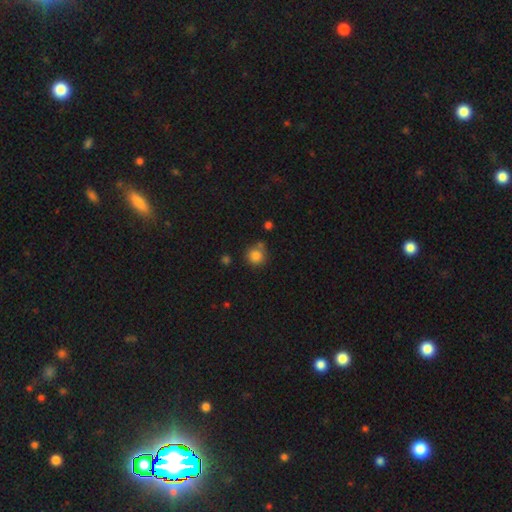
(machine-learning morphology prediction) A smooth galaxy with no disk features (84%) that is round (92%).

Vote fractions:
- Smooth or featured? smooth: 84% / star or artifact: 11% / featured or disk: 5%
- How rounded? round: 92% / in between: 7% / cigar-shaped: 1%
- Merging? none: 72% / minor disturbance: 12% / merger: 11% / major disturbance: 4%